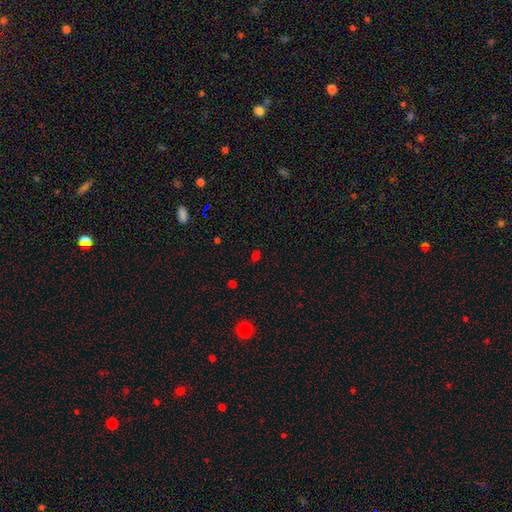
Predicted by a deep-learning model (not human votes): Morphology: type=smooth (55%); roundness=in between (65%); merging=none (78%).